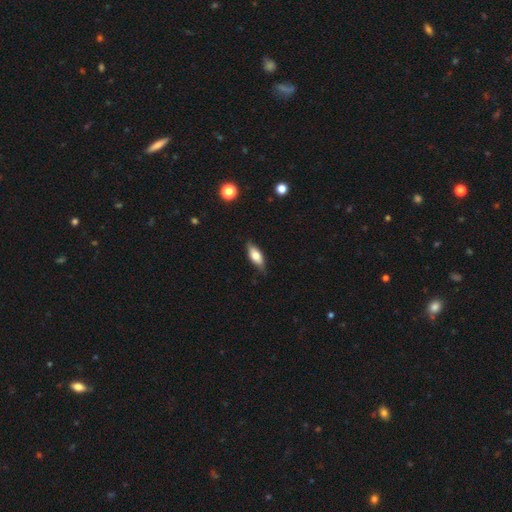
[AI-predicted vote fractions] Smooth or featured? smooth (70%)
How rounded? in between (78%)
Merging? none (78%)